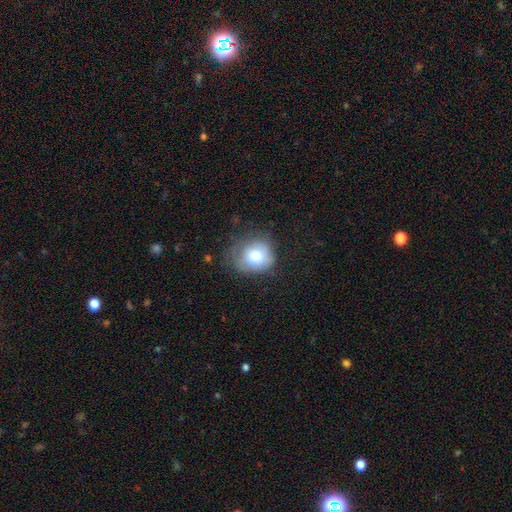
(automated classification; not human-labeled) This appears to be a smooth galaxy with no disk features (73%) that is round (75%). Merging: none (55%).